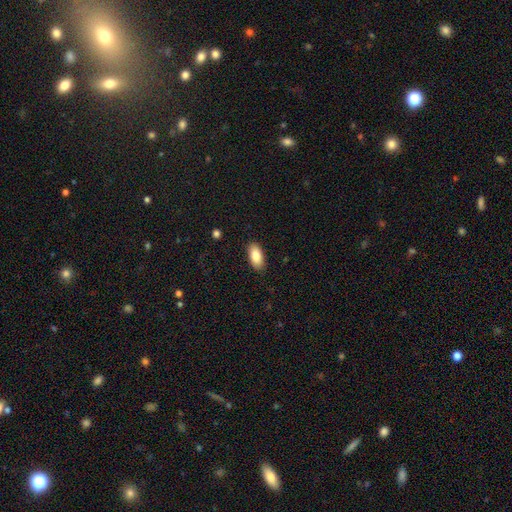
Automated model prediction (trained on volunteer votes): A smooth galaxy with no disk features (84%) that is in between round and cigar-shaped (91%).

Vote fractions:
- Smooth or featured? smooth: 84% / featured or disk: 9% / star or artifact: 7%
- How rounded? in between: 91% / cigar-shaped: 6% / round: 3%
- Merging? none: 88% / minor disturbance: 9% / major disturbance: 2% / merger: 1%